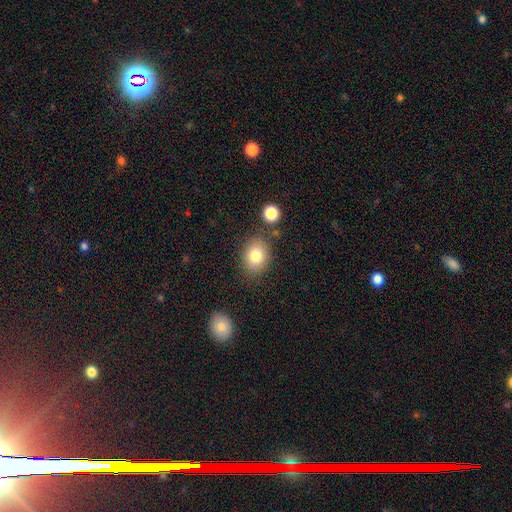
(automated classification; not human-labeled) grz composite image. It shows a smooth galaxy with no disk features (81%) that is in between round and cigar-shaped (58%). Merging: none (76%).